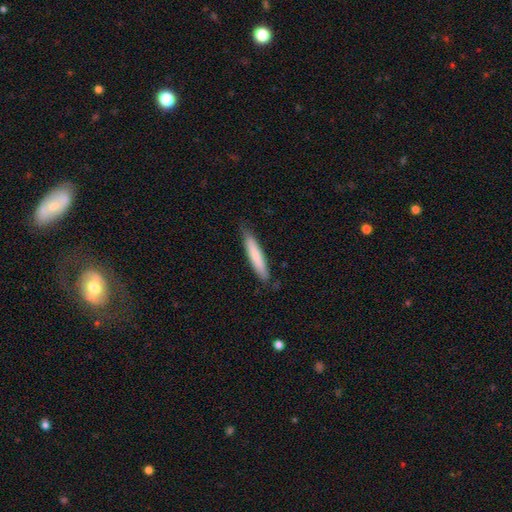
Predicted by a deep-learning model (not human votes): Smooth or featured: smooth — 78% (featured or disk — 16%)
How rounded: cigar-shaped — 91% (in between — 8%)
Merging: none — 83% (minor disturbance — 14%)